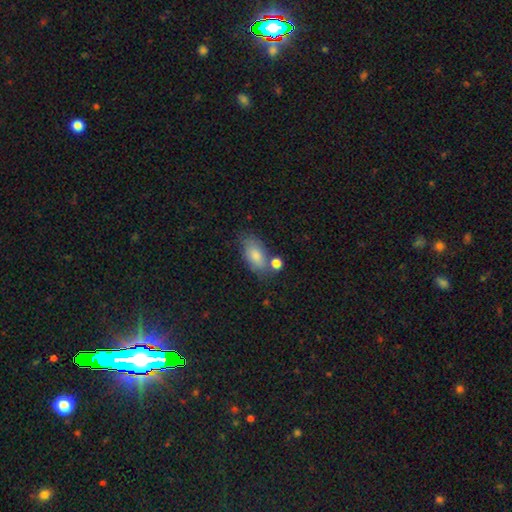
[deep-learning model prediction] Q: Smooth or featured?
A: smooth (80%); runner-up: featured or disk (12%)
Q: How rounded?
A: in between (90%); runner-up: round (6%)
Q: Merging?
A: none (57%); runner-up: minor disturbance (21%)